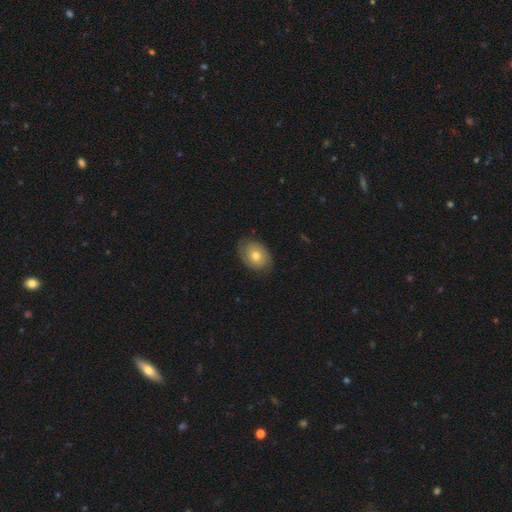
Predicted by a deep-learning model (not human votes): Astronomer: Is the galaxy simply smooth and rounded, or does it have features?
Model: smooth — 50% (runner-up: featured or disk, 42%).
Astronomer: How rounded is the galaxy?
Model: in between — 65%.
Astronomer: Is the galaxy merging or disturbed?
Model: none — 76%.